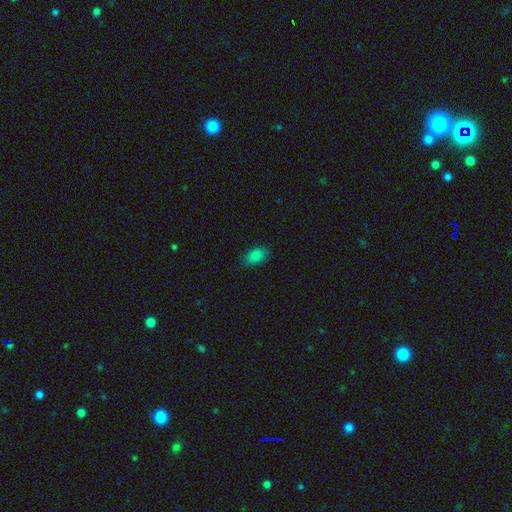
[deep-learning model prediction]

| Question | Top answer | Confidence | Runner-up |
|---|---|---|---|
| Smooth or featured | smooth | 86% | star or artifact (10%) |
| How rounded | in between | 92% | round (6%) |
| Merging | none | 85% | minor disturbance (12%) |